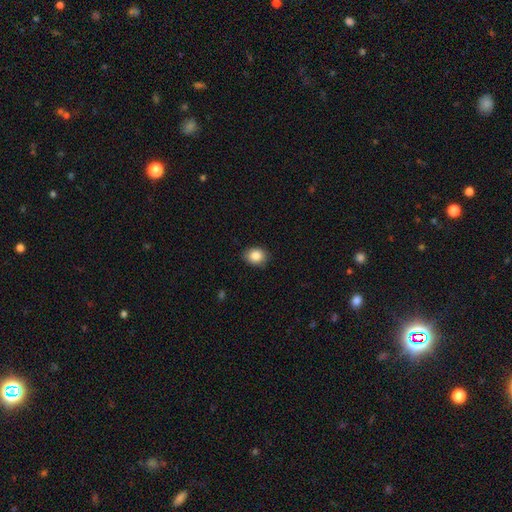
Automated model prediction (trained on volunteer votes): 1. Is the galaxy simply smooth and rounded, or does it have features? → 86% smooth, 8% star or artifact, 5% featured or disk.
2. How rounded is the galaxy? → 53% in between, 46% round, 1% cigar-shaped.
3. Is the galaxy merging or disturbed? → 86% none, 11% minor disturbance, 2% major disturbance, 1% merger.